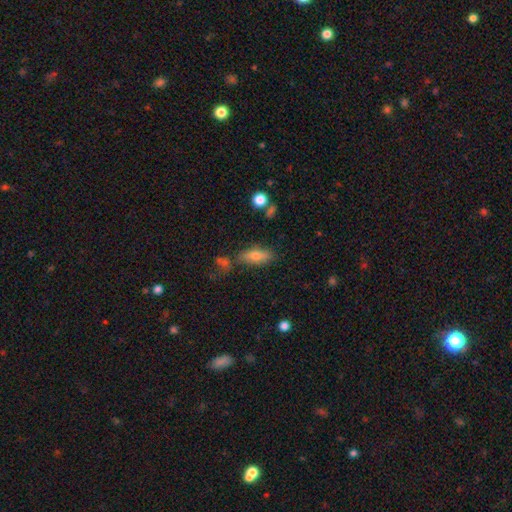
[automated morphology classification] Smooth or featured: smooth — 69% (featured or disk — 21%)
How rounded: in between — 68% (cigar-shaped — 28%)
Merging: none — 69% (minor disturbance — 16%)